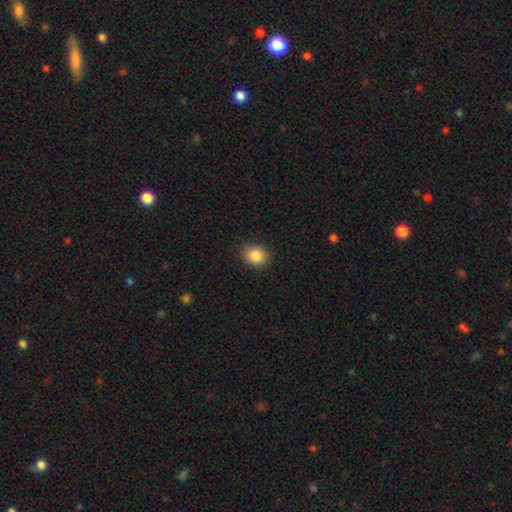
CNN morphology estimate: type=smooth (86%); roundness=in between (51%); merging=none (88%).